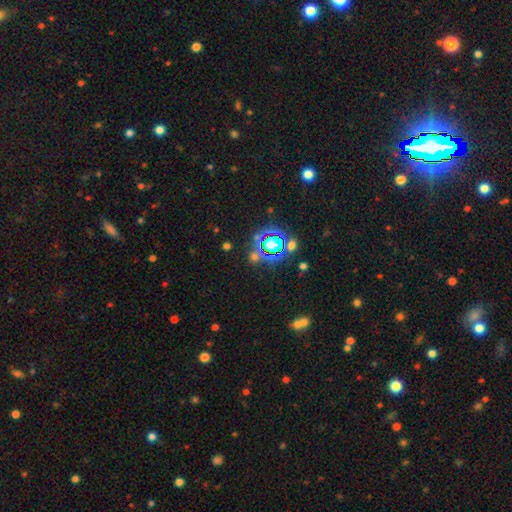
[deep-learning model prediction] A star or artifact, not a galaxy (75%).

Vote fractions:
- Smooth or featured? star or artifact: 75% / smooth: 16% / featured or disk: 9%